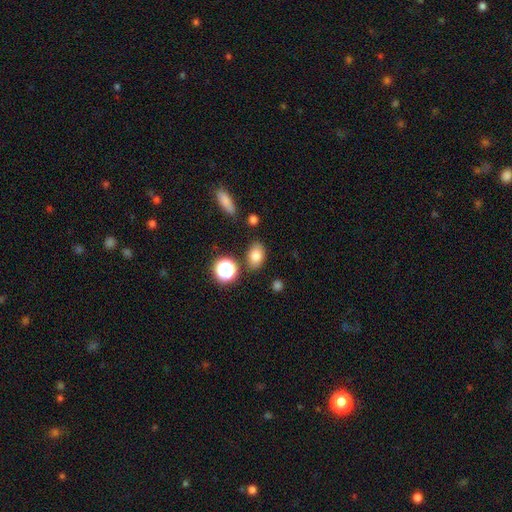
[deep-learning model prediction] Overall: smooth (79%). How rounded: in between (80%). Merging: none (81%).